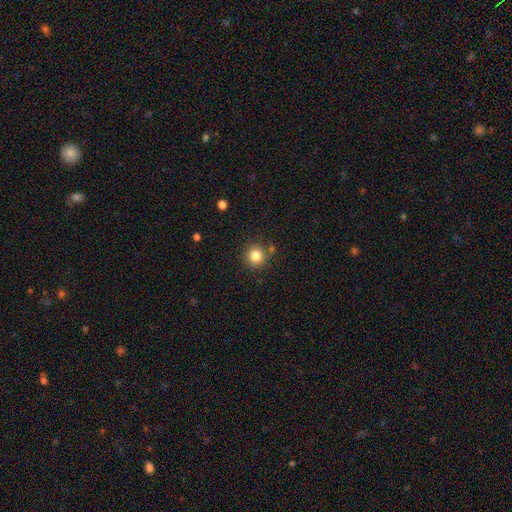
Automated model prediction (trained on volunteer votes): Smooth or featured? Predicted: smooth (p=0.83). How rounded? Predicted: round (p=0.93). Merging? Predicted: none (p=0.84).